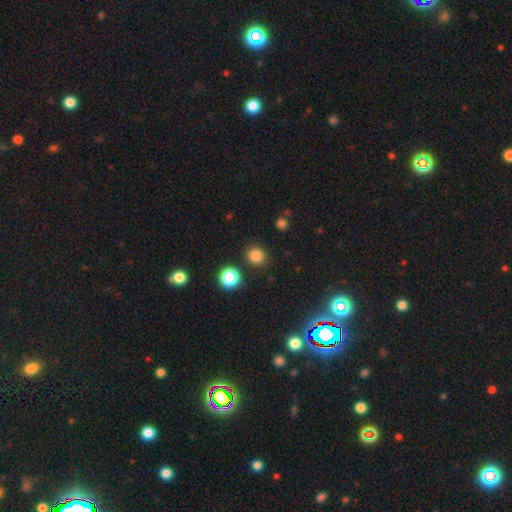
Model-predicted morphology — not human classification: Overall: smooth (82%). How rounded: round (87%). Merging: none (87%).